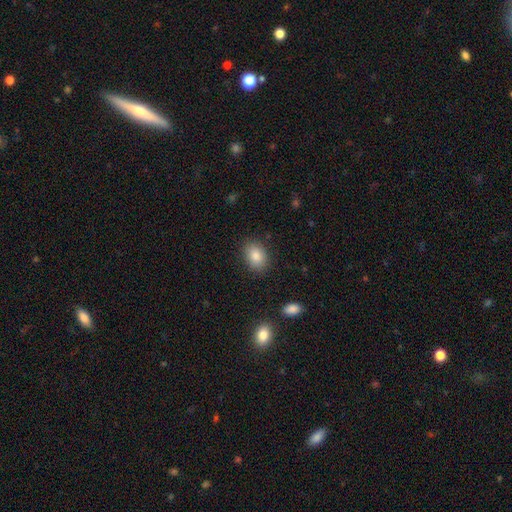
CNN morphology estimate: Q: Smooth or featured?
A: smooth (85%); runner-up: star or artifact (8%)
Q: How rounded?
A: in between (79%); runner-up: round (20%)
Q: Merging?
A: none (86%); runner-up: minor disturbance (10%)